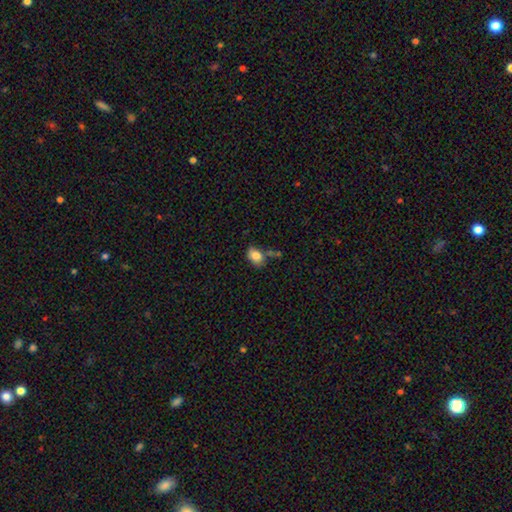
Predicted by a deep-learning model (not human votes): This is clearly a smooth galaxy (82%). How rounded: likely in between (76%). Merging: possibly none (58%).